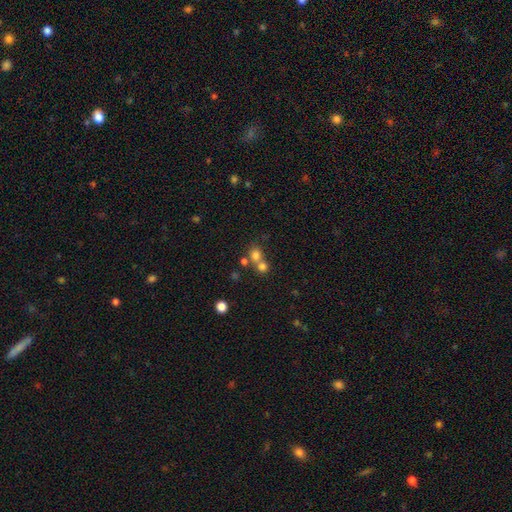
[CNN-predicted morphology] This appears to be a smooth galaxy with no disk features (73%) that is round (80%). Merging: merger (48%).